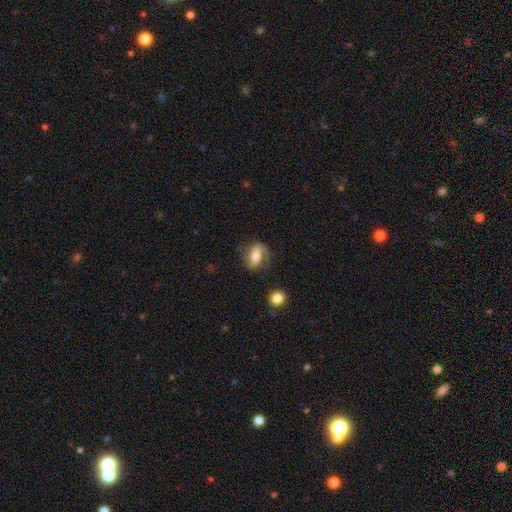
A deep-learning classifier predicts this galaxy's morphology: smooth_or_featured: featured or disk (p=0.57) [alt: smooth p=0.35]
disk_edge_on: no (p=0.93) [alt: yes p=0.07]
bar: strong (p=0.37) [alt: weak p=0.34]
has_spiral_arms: yes (p=0.85) [alt: no p=0.15]
bulge_size: moderate (p=0.64) [alt: large p=0.16]
merging: none (p=0.73) [alt: minor disturbance p=0.17]